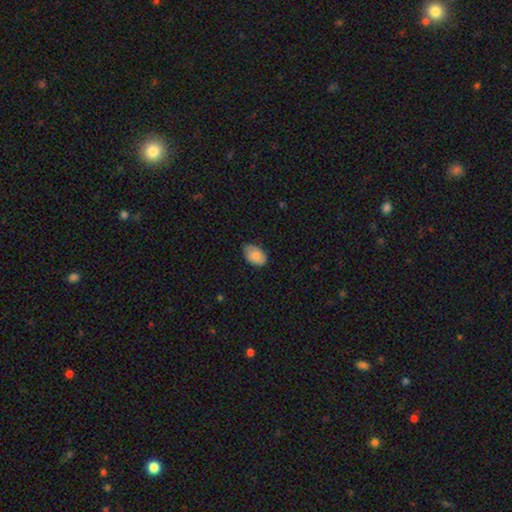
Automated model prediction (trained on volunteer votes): This appears to be a smooth galaxy with no disk features (84%) that is in between round and cigar-shaped (88%). Merging: none (66%).